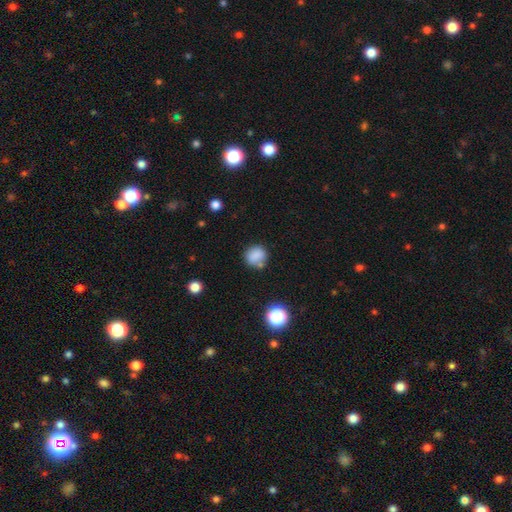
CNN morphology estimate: smooth-or-featured: smooth: 82% | star or artifact: 12% | featured or disk: 7%
  how-rounded: round: 81% | in between: 18% | cigar-shaped: 1%
  merging: none: 70% | minor disturbance: 16% | merger: 9% | major disturbance: 5%